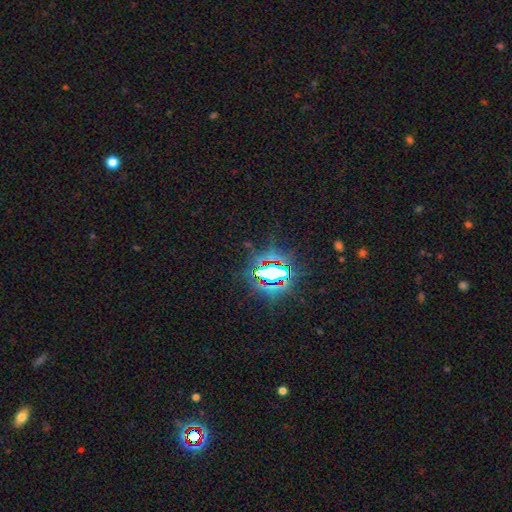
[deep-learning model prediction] This is clearly a star or artifact rather than a galaxy (82%).